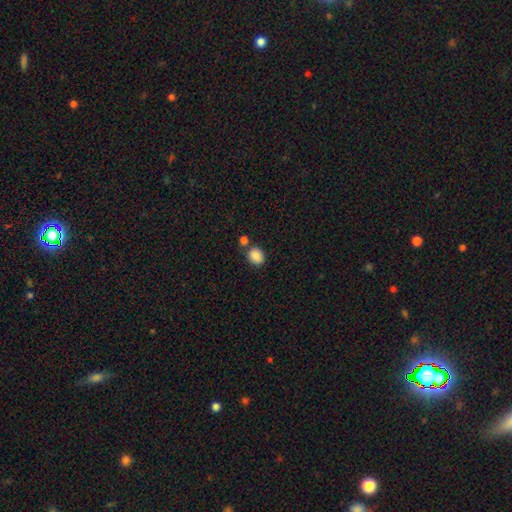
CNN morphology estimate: smooth_or_featured: smooth (p=0.87) [alt: star or artifact p=0.09]
how_rounded: round (p=0.57) [alt: in between p=0.42]
merging: none (p=0.69) [alt: merger p=0.17]